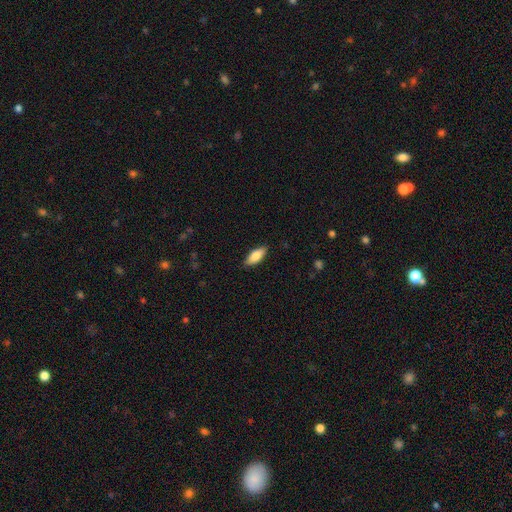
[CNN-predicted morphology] This appears to be a smooth galaxy with no disk features (79%) that is in between round and cigar-shaped (75%). Merging: none (87%).